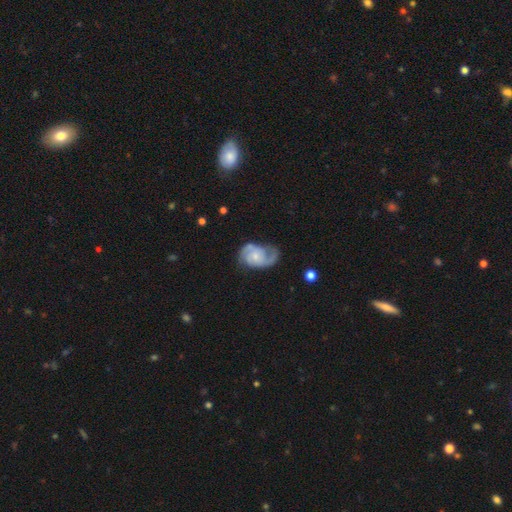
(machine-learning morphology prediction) The model was most divided on "spiral winding": medium: 48%, loose: 26%, tight: 26%. More confident: edge-on disk — no (98%); spiral arms — yes (95%); smooth or featured — featured or disk (81%); spiral arm count — 2 (81%); bar — no (63%); bulge size — small (62%); merging — none (55%).